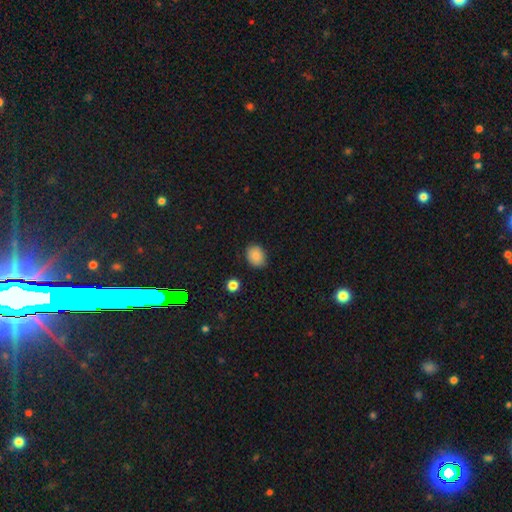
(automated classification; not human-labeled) This appears to be a smooth galaxy with no disk features (86%) that is round (51%). Merging: none (84%).